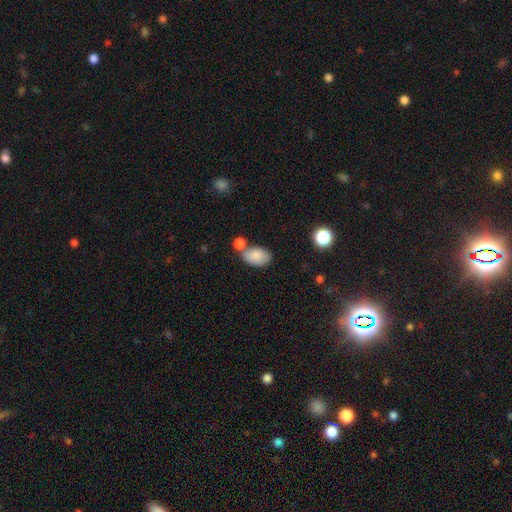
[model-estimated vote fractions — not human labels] smooth_or_featured: smooth (p=0.84) [alt: featured or disk p=0.08]
how_rounded: in between (p=0.91) [alt: round p=0.07]
merging: none (p=0.54) [alt: merger p=0.24]